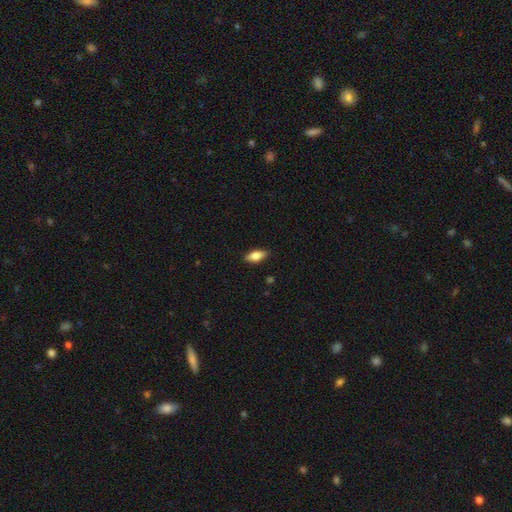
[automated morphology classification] type=smooth (74%); roundness=in between (82%); merging=none (86%).